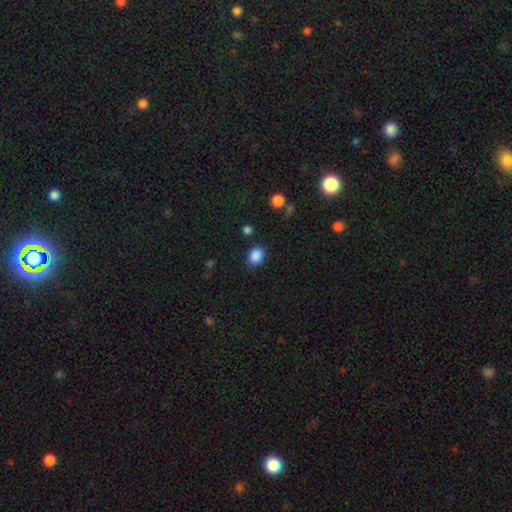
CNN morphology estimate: Smooth or featured? Predicted: smooth (p=0.87). How rounded? Predicted: in between (p=0.59). Merging? Predicted: none (p=0.80).